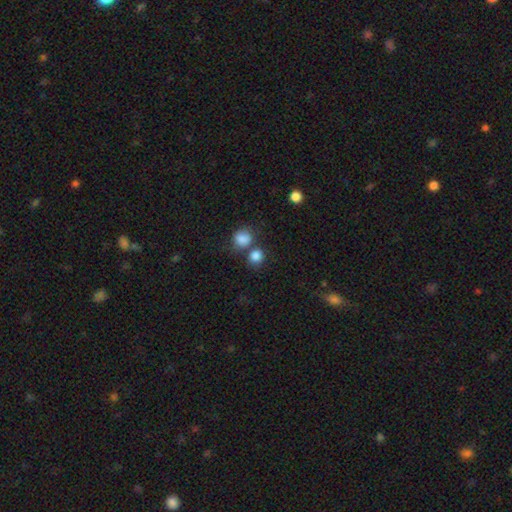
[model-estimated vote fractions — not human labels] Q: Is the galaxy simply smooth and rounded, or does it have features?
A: smooth — 84%.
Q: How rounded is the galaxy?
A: round — 80%.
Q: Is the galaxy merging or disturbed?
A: none — 59%.